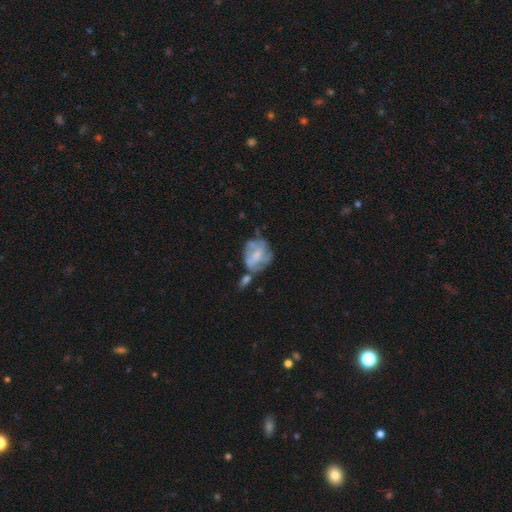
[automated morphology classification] This is possibly a featured or disk galaxy (59%). It is clearly not viewed edge-on (97%). Bar: possibly no (60%). Spiral arm pattern: possibly yes (51%). Central bulge: marginally moderate (32%). Merging: marginally none (38%).